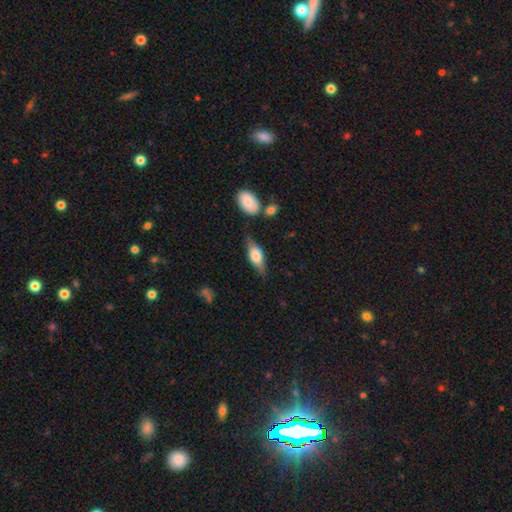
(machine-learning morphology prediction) smooth-or-featured: featured or disk: 48% | smooth: 45% | star or artifact: 7%
  merging: none: 73% | minor disturbance: 18% | major disturbance: 5% | merger: 4%